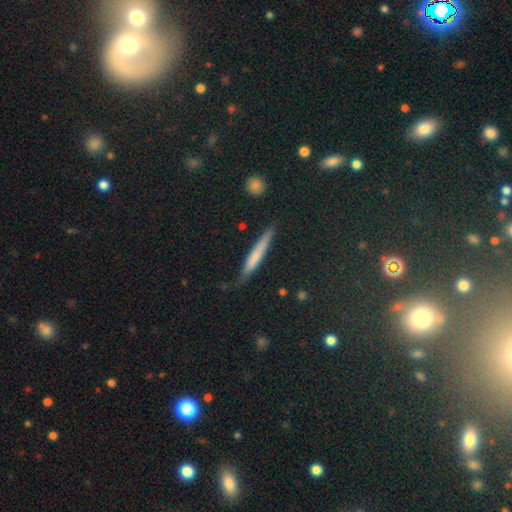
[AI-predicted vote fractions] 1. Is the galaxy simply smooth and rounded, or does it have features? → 61% smooth, 30% featured or disk, 9% star or artifact.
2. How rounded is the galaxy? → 94% cigar-shaped, 4% in between, 2% round.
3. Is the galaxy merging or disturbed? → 79% none, 16% minor disturbance, 3% major disturbance, 2% merger.